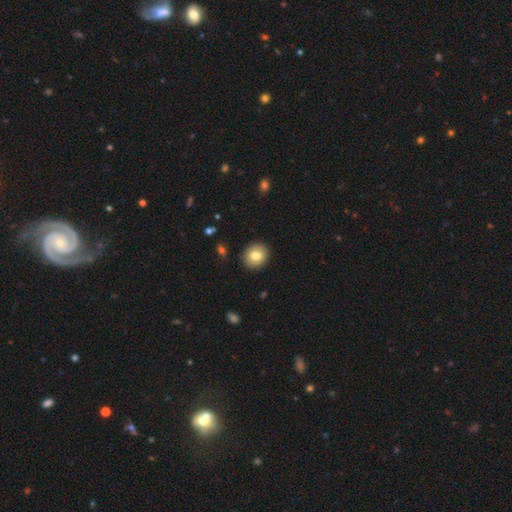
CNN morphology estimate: The model was most divided on "how rounded": round: 71%, in between: 28%, cigar-shaped: 1%. More confident: merging — none (89%); smooth or featured — smooth (79%).